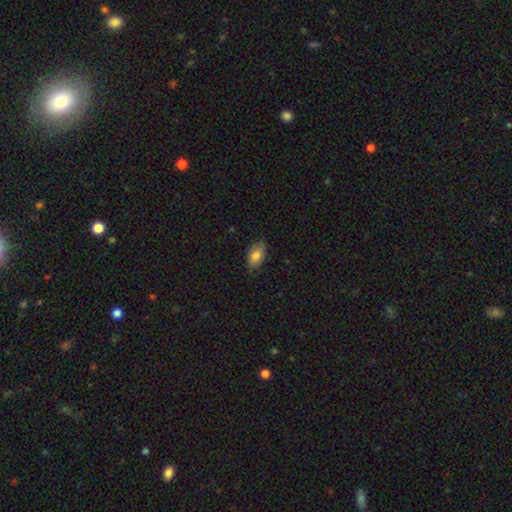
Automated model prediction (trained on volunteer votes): This appears to be a smooth galaxy with no disk features (83%) that is in between round and cigar-shaped (92%). Merging: none (81%).